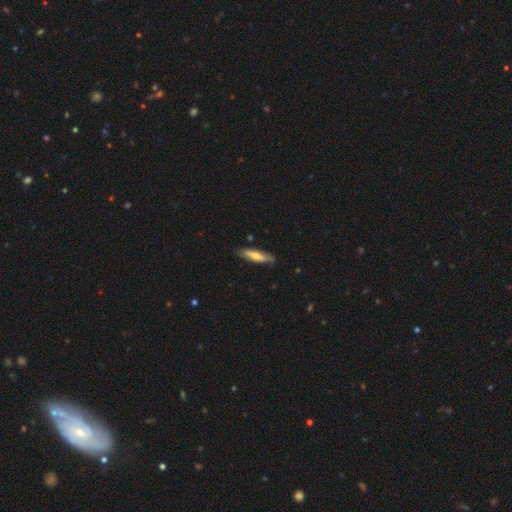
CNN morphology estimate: The model was most divided on "smooth or featured": smooth: 55%, featured or disk: 39%, star or artifact: 6%. More confident: merging — none (79%); how rounded — cigar-shaped (74%).